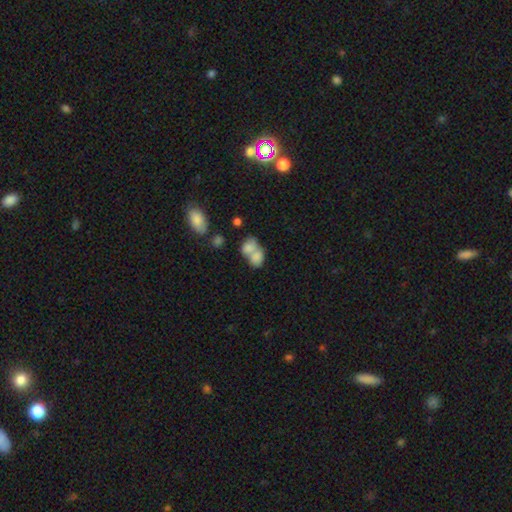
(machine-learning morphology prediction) Smooth or featured: smooth — 76% (featured or disk — 16%)
How rounded: in between — 74% (round — 24%)
Merging: merger — 72% (none — 17%)